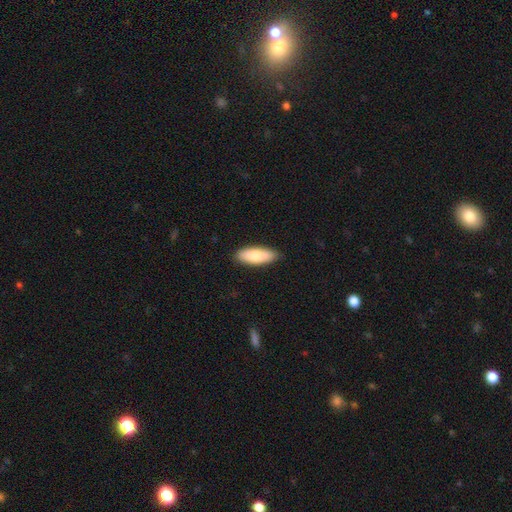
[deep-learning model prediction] Smooth or featured?
  - smooth: 82% *
  - featured or disk: 12%
  - star or artifact: 5%
How rounded?
  - in between: 72% *
  - cigar-shaped: 26%
  - round: 2%
Merging?
  - none: 87% *
  - minor disturbance: 10%
  - major disturbance: 2%
  - merger: 1%